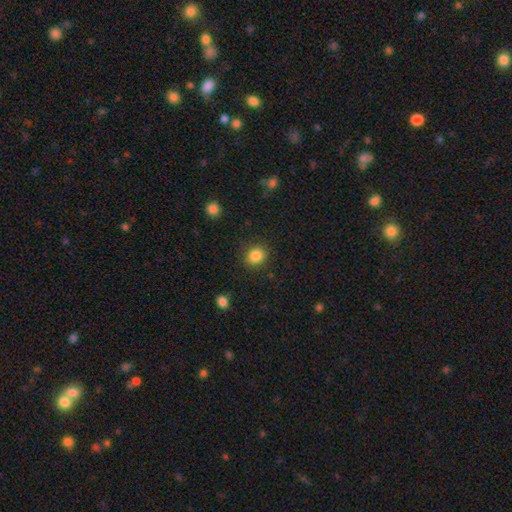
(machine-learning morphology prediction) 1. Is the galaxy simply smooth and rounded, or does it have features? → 85% smooth, 10% star or artifact, 4% featured or disk.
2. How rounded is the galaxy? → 74% round, 25% in between, 1% cigar-shaped.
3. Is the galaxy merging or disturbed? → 87% none, 9% minor disturbance, 3% major disturbance, 1% merger.